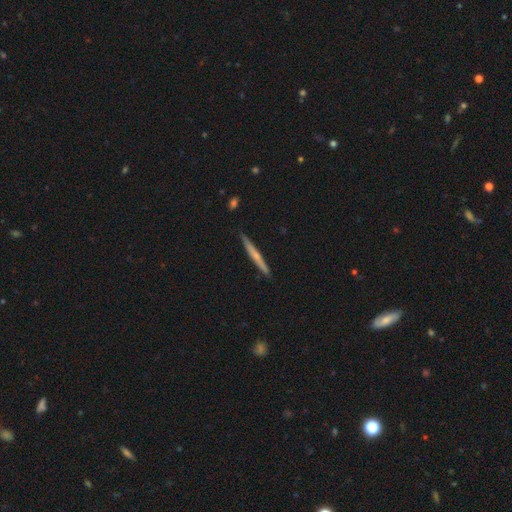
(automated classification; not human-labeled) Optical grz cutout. It shows a featured or disk galaxy (49%). Merging: none (90%).